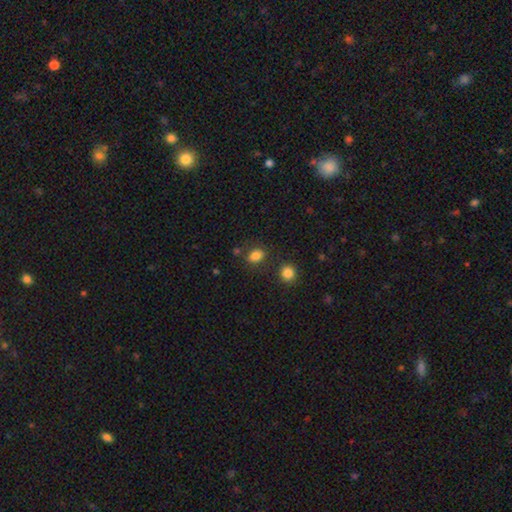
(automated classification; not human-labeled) Smooth or featured?
  - smooth: 83% *
  - star or artifact: 11%
  - featured or disk: 6%
How rounded?
  - in between: 70% *
  - round: 28%
  - cigar-shaped: 1%
Merging?
  - none: 77% *
  - minor disturbance: 12%
  - merger: 7%
  - major disturbance: 4%